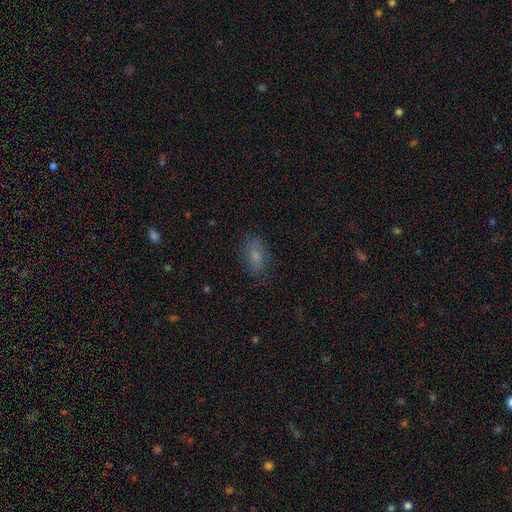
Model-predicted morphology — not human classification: Smooth or featured?
  - smooth: 74% *
  - featured or disk: 15%
  - star or artifact: 11%
How rounded?
  - in between: 84% *
  - cigar-shaped: 10%
  - round: 6%
Merging?
  - none: 80% *
  - minor disturbance: 14%
  - major disturbance: 4%
  - merger: 1%